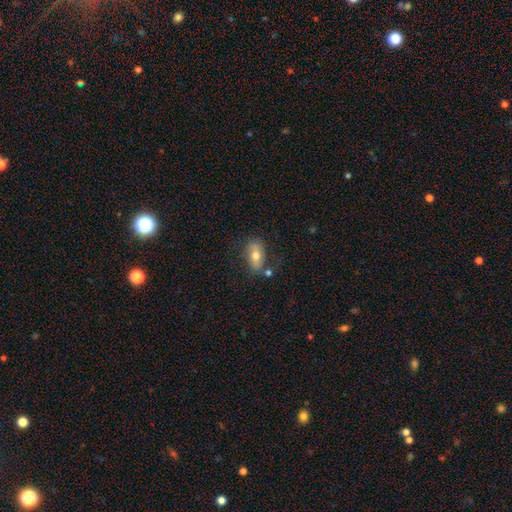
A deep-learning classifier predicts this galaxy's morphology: The model was most divided on "smooth or featured": smooth: 58%, featured or disk: 33%, star or artifact: 9%. More confident: how rounded — in between (85%); merging — none (65%).